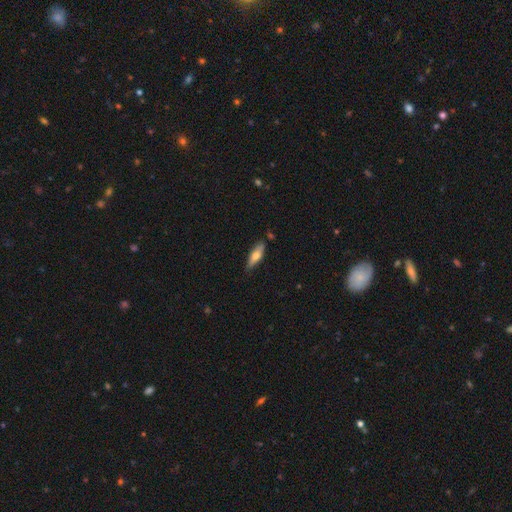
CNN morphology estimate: A smooth galaxy with no disk features (64%) that is cigar-shaped (56%). Merging: none (80%).